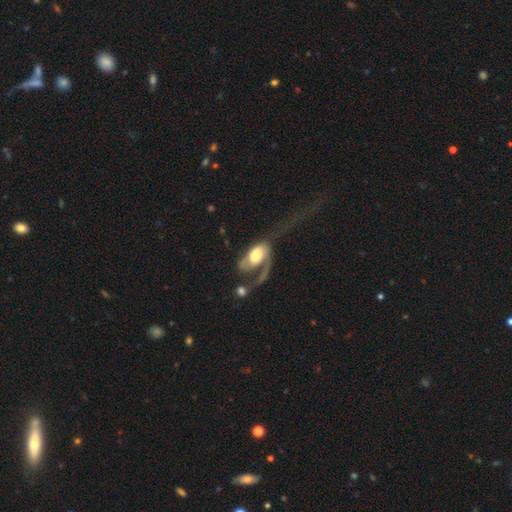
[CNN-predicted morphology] Smooth or featured? featured or disk (62%)
Edge-on disk? no (94%)
Bar? no (61%)
Spiral arms? yes (77%)
Bulge size? moderate (41%, tied with large)
Merging? major disturbance (56%)